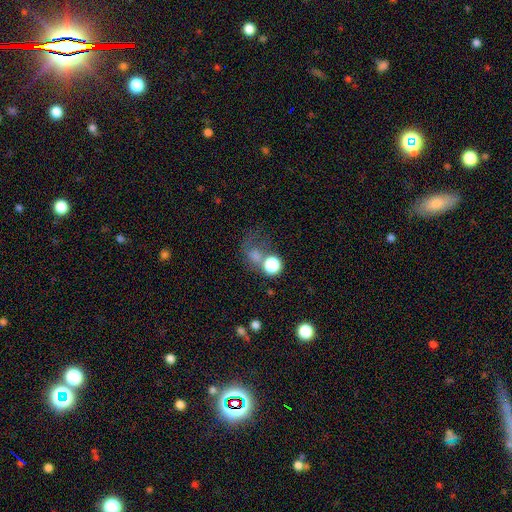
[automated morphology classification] smooth-or-featured: smooth: 55% | star or artifact: 27% | featured or disk: 18%
  how-rounded: round: 69% | in between: 30% | cigar-shaped: 2%
  merging: none: 37% | merger: 25% | major disturbance: 24% | minor disturbance: 14%